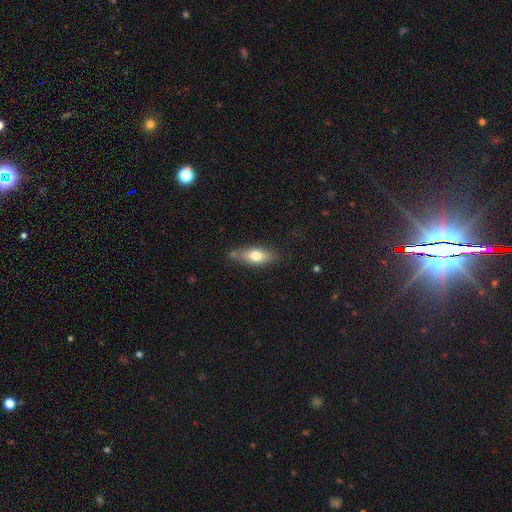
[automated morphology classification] The model was most divided on "how rounded": in between: 66%, cigar-shaped: 30%, round: 4%. More confident: merging — none (68%); smooth or featured — smooth (66%).